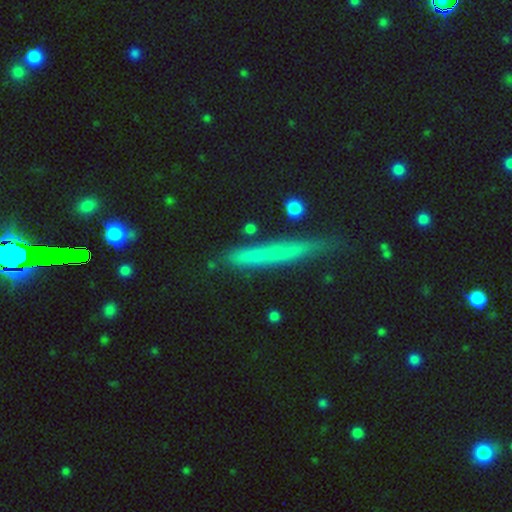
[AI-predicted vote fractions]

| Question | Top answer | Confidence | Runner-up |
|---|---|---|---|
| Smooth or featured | smooth | 61% | featured or disk (29%) |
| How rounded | cigar-shaped | 91% | in between (6%) |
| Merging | none | 74% | minor disturbance (18%) |